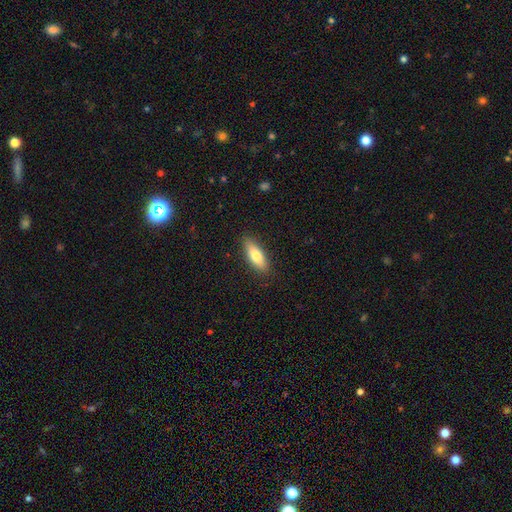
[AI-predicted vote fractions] The model was most divided on "how rounded": in between: 62%, cigar-shaped: 35%, round: 2%. More confident: merging — none (87%); smooth or featured — smooth (74%).